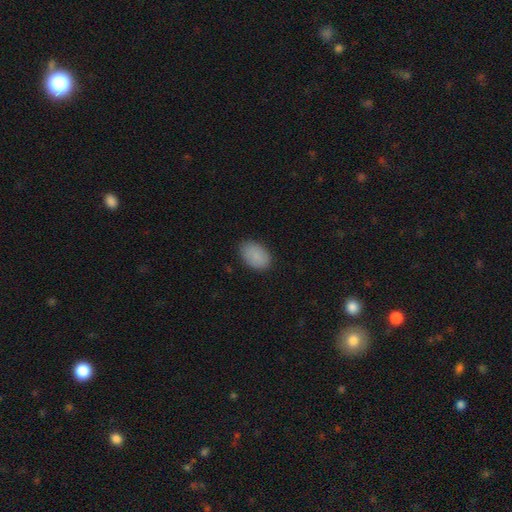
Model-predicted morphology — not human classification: This is clearly a smooth galaxy (88%). How rounded: clearly in between (89%). Merging: clearly none (85%).